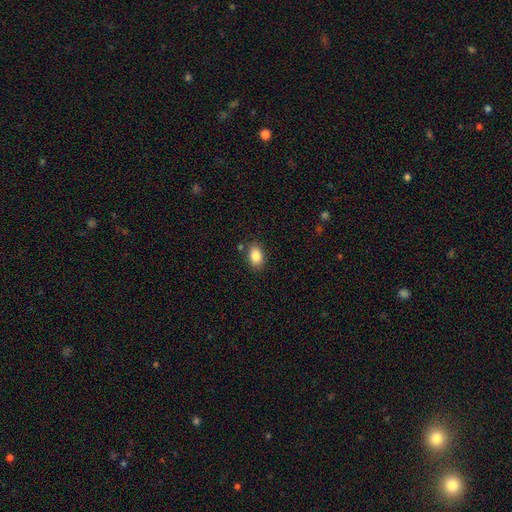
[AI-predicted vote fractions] This appears to be a smooth galaxy with no disk features (86%) that is in between round and cigar-shaped (83%). Merging: none (84%).